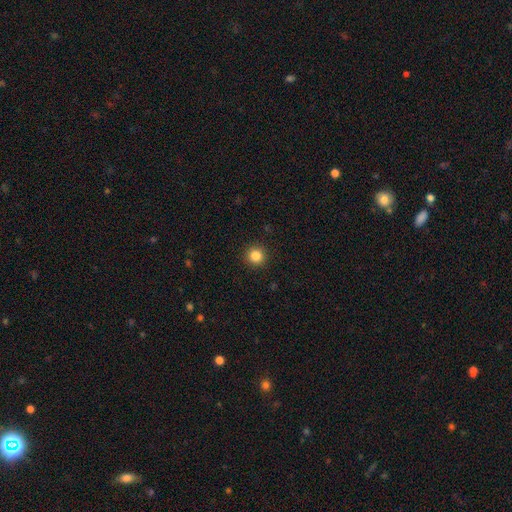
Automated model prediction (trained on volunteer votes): smooth-or-featured: smooth: 84% | star or artifact: 12% | featured or disk: 4%
  how-rounded: round: 95% | in between: 4% | cigar-shaped: 1%
  merging: none: 92% | minor disturbance: 5% | major disturbance: 2% | merger: 1%